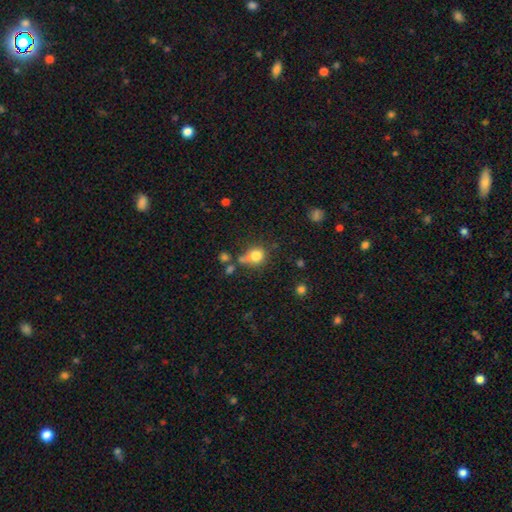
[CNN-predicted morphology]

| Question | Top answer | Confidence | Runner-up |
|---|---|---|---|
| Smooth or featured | smooth | 78% | star or artifact (13%) |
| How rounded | round | 79% | in between (20%) |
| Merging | none | 50% | merger (22%) |